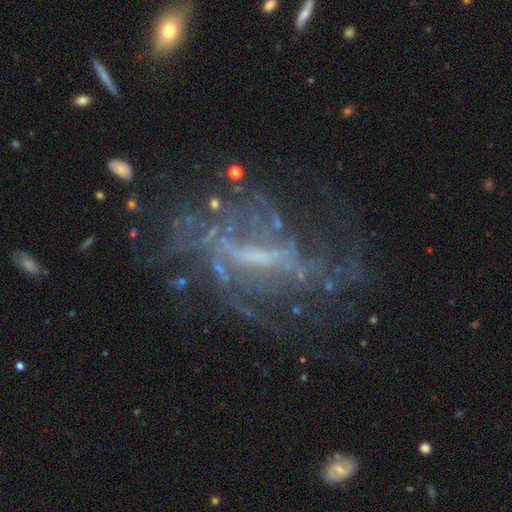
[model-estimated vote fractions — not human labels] Overall: featured or disk (77%). Edge-on disk: no (88%). Bar: weak (40%; strong 38%). Spiral arms: yes (66%; no 34%). Bulge size: small (40%; none 31%). Merging: none (50%; major disturbance 28%).